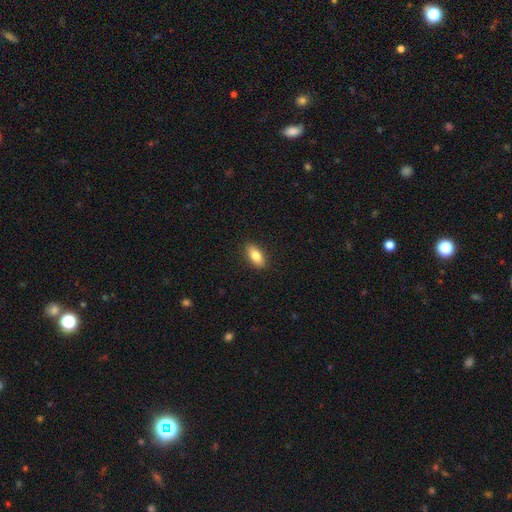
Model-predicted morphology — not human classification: Smooth or featured? smooth (81%)
How rounded? in between (85%)
Merging? none (89%)